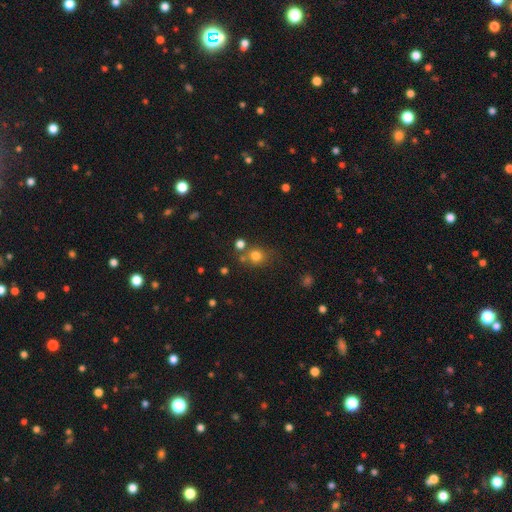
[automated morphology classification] smooth-or-featured: smooth: 76% | star or artifact: 16% | featured or disk: 8%
  how-rounded: round: 82% | in between: 17% | cigar-shaped: 1%
  merging: none: 64% | merger: 19% | minor disturbance: 12% | major disturbance: 5%